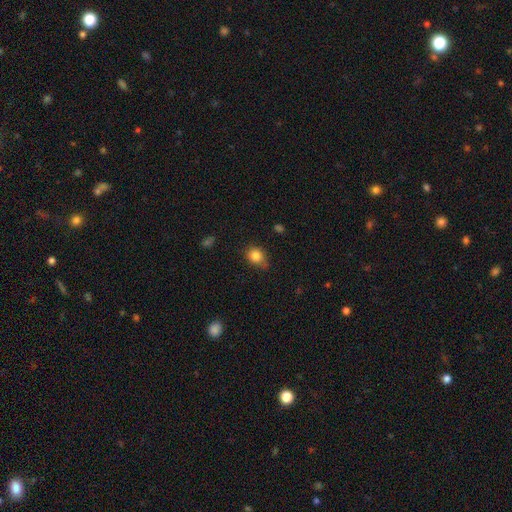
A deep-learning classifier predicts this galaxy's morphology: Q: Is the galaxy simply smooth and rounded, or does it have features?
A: smooth — 83%.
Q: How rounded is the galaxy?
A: round — 58%.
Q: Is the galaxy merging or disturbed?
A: none — 66%.